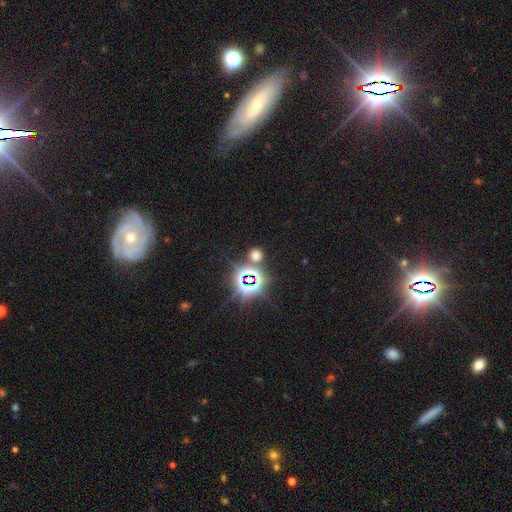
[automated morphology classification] Smooth or featured? star or artifact (48%)